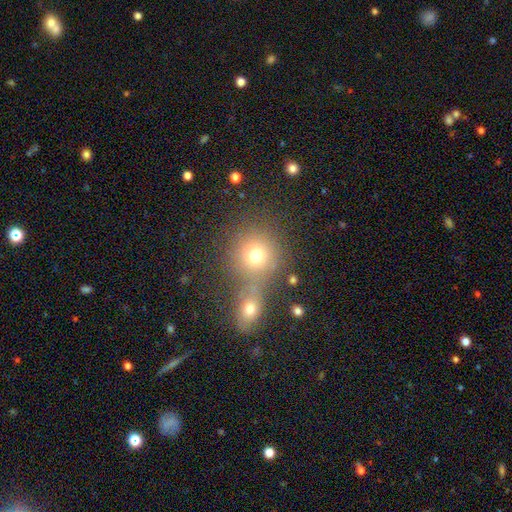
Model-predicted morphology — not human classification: Q: Smooth or featured?
A: smooth (72%); runner-up: star or artifact (17%)
Q: How rounded?
A: round (86%); runner-up: in between (13%)
Q: Merging?
A: none (51%); runner-up: merger (37%)